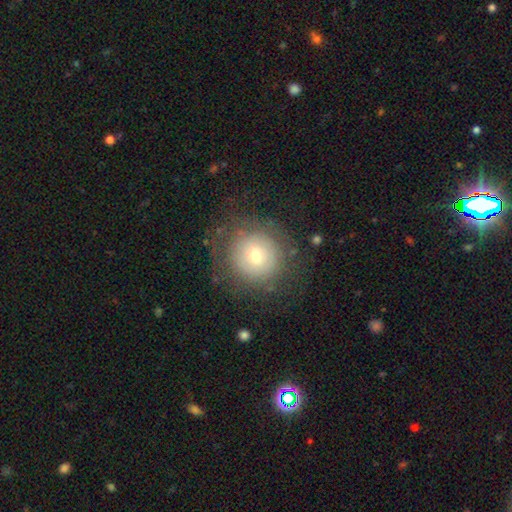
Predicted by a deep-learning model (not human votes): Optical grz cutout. It shows a smooth galaxy with no disk features (64%) that is round (93%). Merging: none (76%).